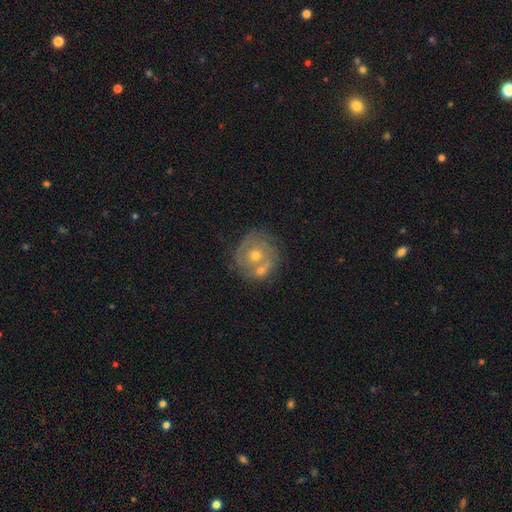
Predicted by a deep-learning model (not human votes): smooth-or-featured: featured or disk: 70% | smooth: 22% | star or artifact: 8%
  disk-edge-on: no: 97% | yes: 3%
    bar: no: 80% | weak: 17% | strong: 4%
    has-spiral-arms: yes: 75% | no: 25%
      spiral-winding: tight: 65% | medium: 27% | loose: 8%
      spiral-arm-count: 2: 43% | can't tell: 33% | 3: 11% | 1: 7% | 4: 3% | more than 4: 3%
    bulge-size: moderate: 62% | small: 34% | large: 2% | none: 1% | dominant: 1%
  merging: none: 54% | merger: 27% | minor disturbance: 13% | major disturbance: 6%